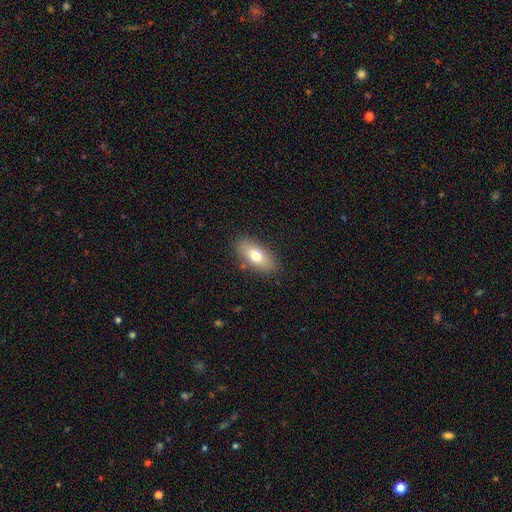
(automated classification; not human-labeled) The model was most divided on "smooth or featured": smooth: 72%, featured or disk: 20%, star or artifact: 7%. More confident: merging — none (86%); how rounded — in between (84%).